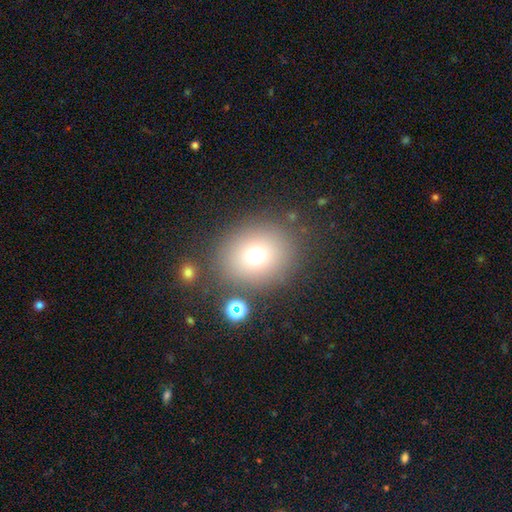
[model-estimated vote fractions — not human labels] smooth 71%, star or artifact 17%, featured or disk 12%. Down the decision tree: how rounded — round (69%); merging — none (81%).